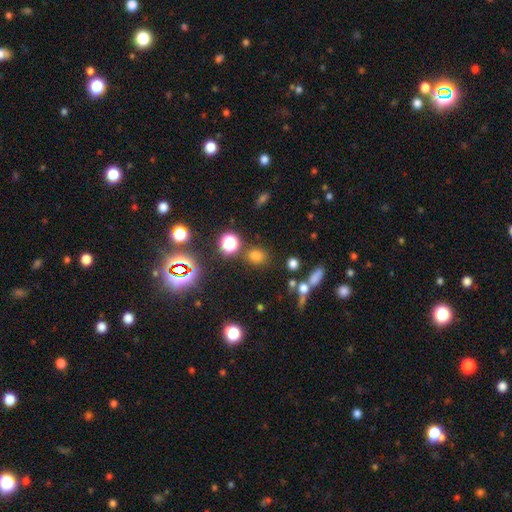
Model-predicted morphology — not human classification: Smooth or featured: smooth — 69% (star or artifact — 24%)
How rounded: round — 56% (in between — 42%)
Merging: none — 78% (minor disturbance — 11%)